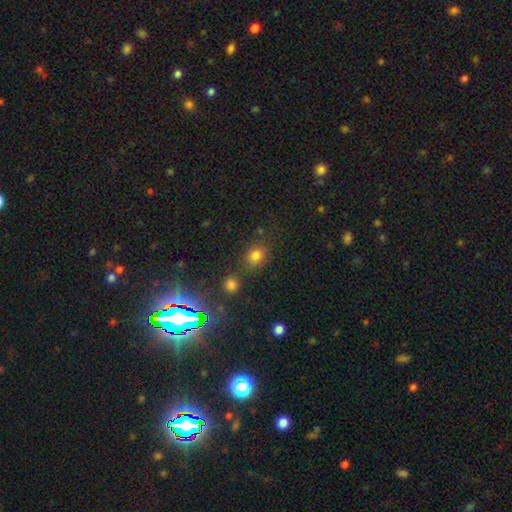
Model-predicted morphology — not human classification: smooth-or-featured: smooth: 75% | star or artifact: 18% | featured or disk: 7%
  how-rounded: round: 68% | in between: 31% | cigar-shaped: 1%
  merging: none: 72% | minor disturbance: 12% | merger: 10% | major disturbance: 5%